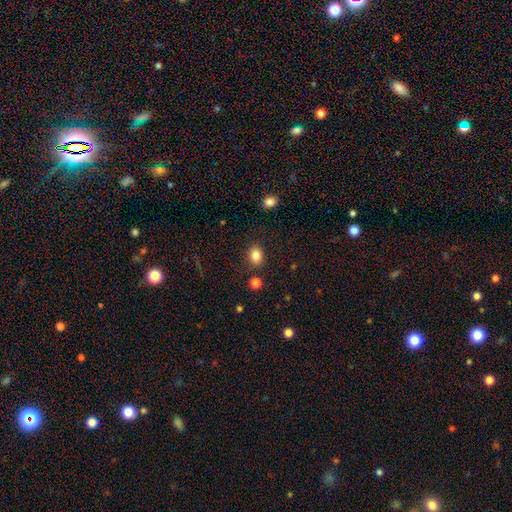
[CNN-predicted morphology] The model was most divided on "how rounded": in between: 63%, round: 36%, cigar-shaped: 1%. More confident: smooth or featured — smooth (85%); merging — none (83%).